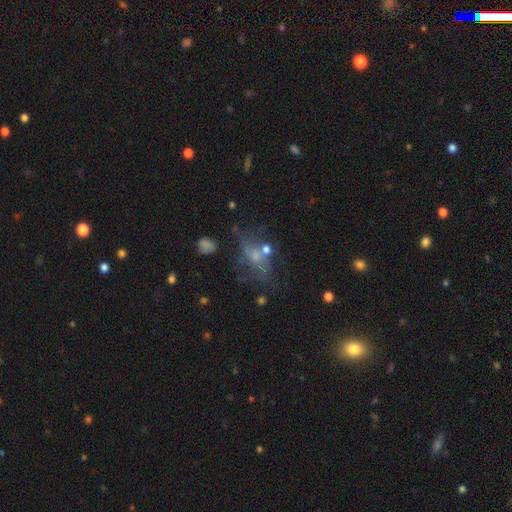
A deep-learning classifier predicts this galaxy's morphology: This appears to be a featured or disk galaxy (47%). Merging: none (38%).